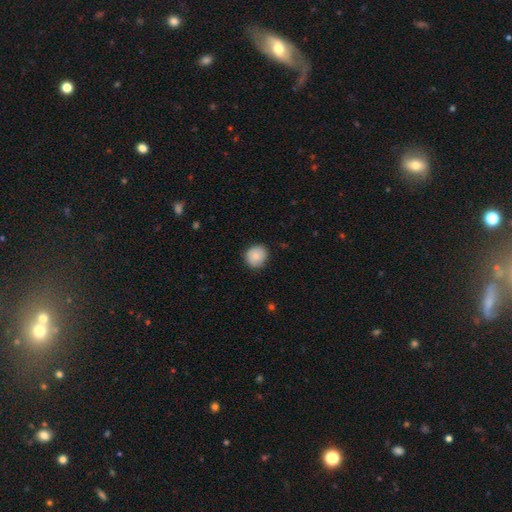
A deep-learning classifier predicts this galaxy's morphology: type=smooth (85%); roundness=round (84%); merging=none (83%).